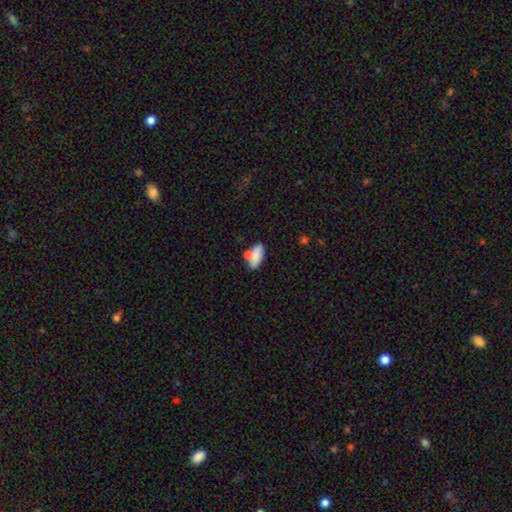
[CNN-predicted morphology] Overall: smooth (80%). How rounded: in between (80%). Merging: none (57%; merger 23%).